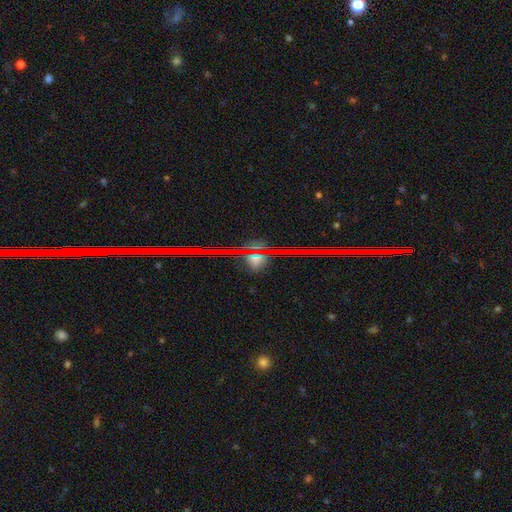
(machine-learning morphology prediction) type=star or artifact (64%).